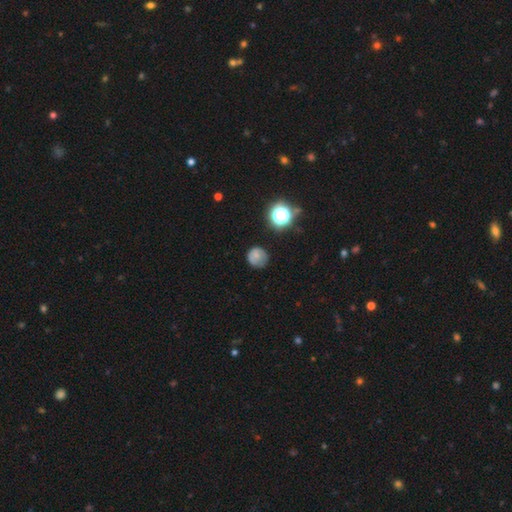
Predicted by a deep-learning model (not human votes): Overall: smooth (73%). How rounded: round (87%). Merging: none (66%).